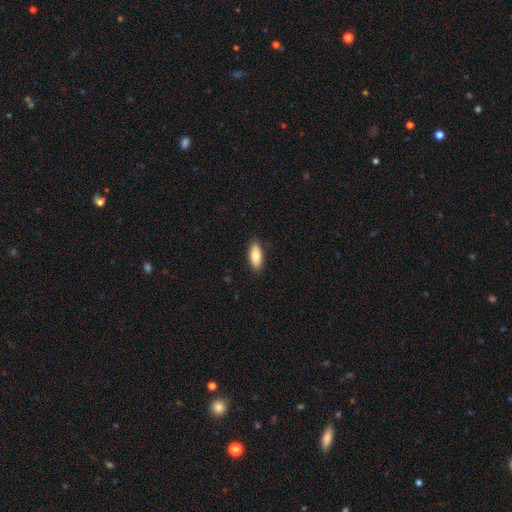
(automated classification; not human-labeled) smooth_or_featured: smooth (p=0.81) [alt: featured or disk p=0.13]
how_rounded: in between (p=0.84) [alt: cigar-shaped p=0.14]
merging: none (p=0.88) [alt: minor disturbance p=0.09]